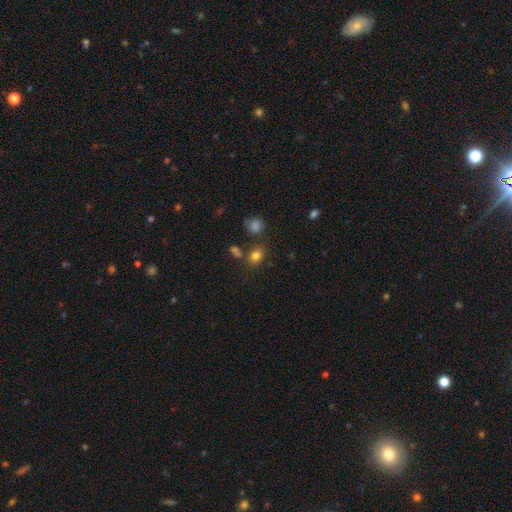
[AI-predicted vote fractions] A smooth galaxy with no disk features (79%) that is in between round and cigar-shaped (51%). Merging: none (72%).